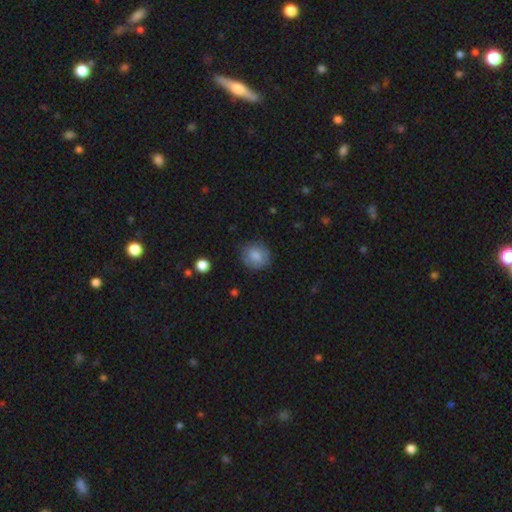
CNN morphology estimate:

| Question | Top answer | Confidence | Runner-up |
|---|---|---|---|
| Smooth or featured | smooth | 83% | featured or disk (9%) |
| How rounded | round | 80% | in between (19%) |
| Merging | none | 79% | minor disturbance (16%) |